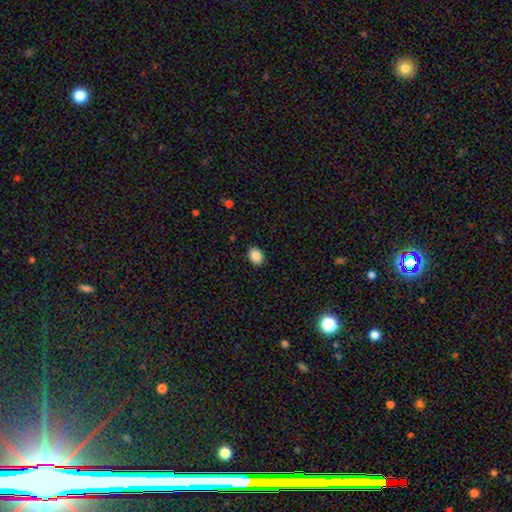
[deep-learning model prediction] Morphology: type=smooth (86%); roundness=in between (60%); merging=none (90%).